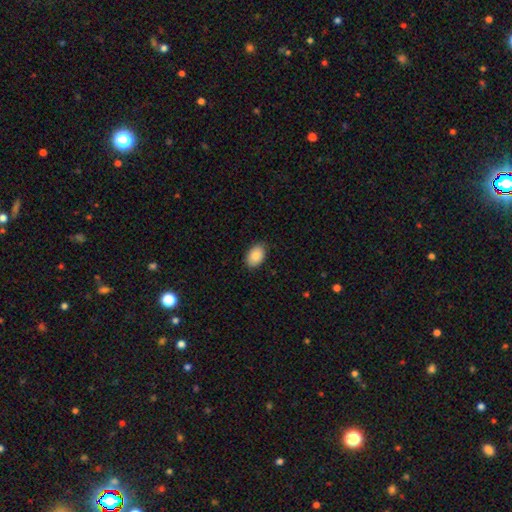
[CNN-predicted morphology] This appears to be a smooth galaxy with no disk features (87%) that is in between round and cigar-shaped (88%). Merging: none (87%).